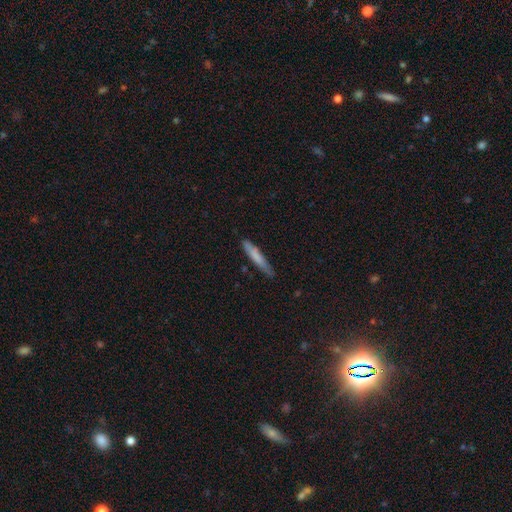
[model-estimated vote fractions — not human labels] Smooth or featured: smooth — 74% (featured or disk — 21%)
How rounded: cigar-shaped — 92% (in between — 7%)
Merging: none — 78% (minor disturbance — 18%)